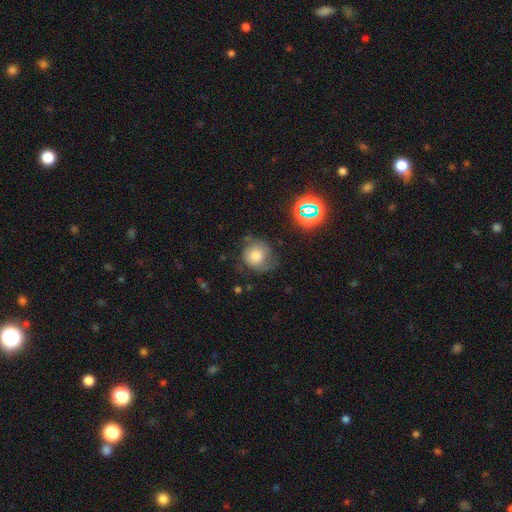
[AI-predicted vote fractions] smooth_or_featured: smooth (p=0.66) [alt: featured or disk p=0.22]
how_rounded: round (p=0.84) [alt: in between p=0.15]
merging: none (p=0.56) [alt: minor disturbance p=0.28]